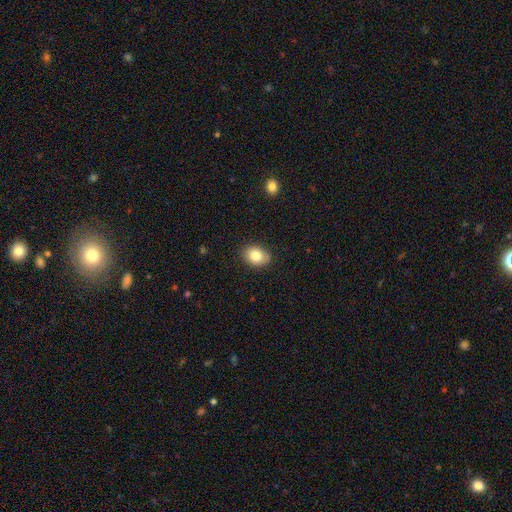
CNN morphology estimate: Smooth or featured: smooth — 82% (featured or disk — 9%)
How rounded: in between — 69% (round — 30%)
Merging: none — 84% (minor disturbance — 12%)